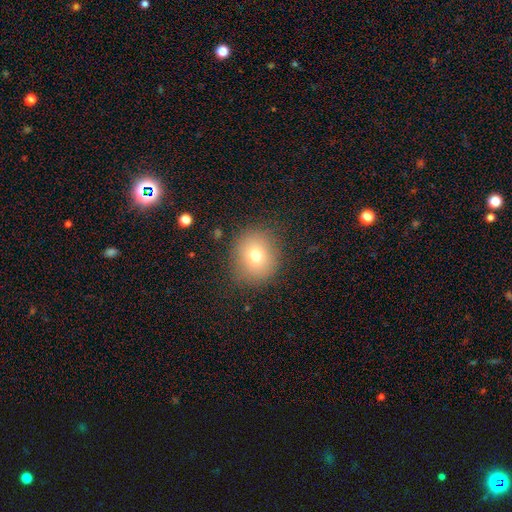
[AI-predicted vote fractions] smooth_or_featured: smooth (p=0.74) [alt: star or artifact p=0.13]
how_rounded: round (p=0.79) [alt: in between p=0.20]
merging: none (p=0.84) [alt: minor disturbance p=0.10]